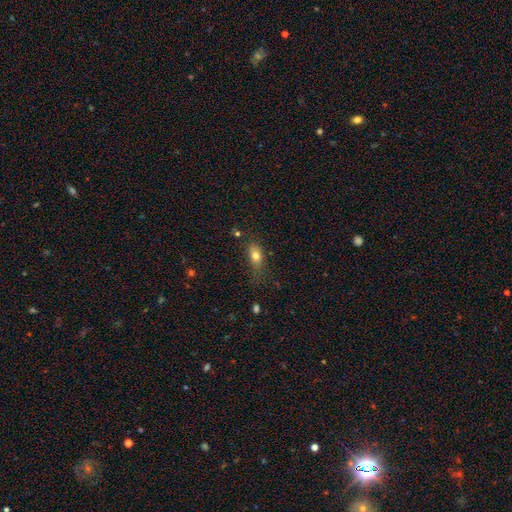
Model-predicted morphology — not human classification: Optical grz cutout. It shows a smooth galaxy with no disk features (77%) that is in between round and cigar-shaped (78%). Merging: none (64%).